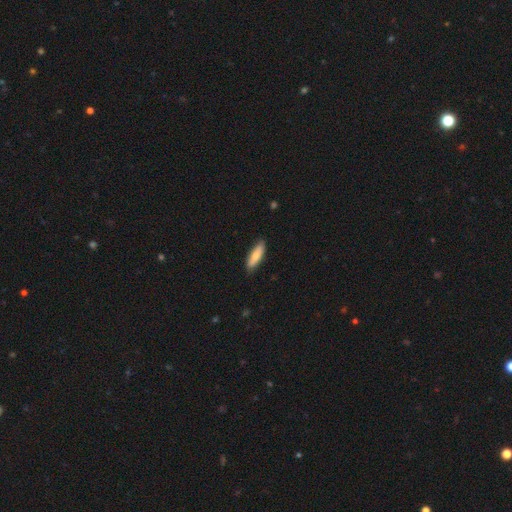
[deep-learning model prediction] smooth_or_featured: smooth (p=0.75) [alt: featured or disk p=0.19]
how_rounded: cigar-shaped (p=0.58) [alt: in between p=0.41]
merging: none (p=0.87) [alt: minor disturbance p=0.10]